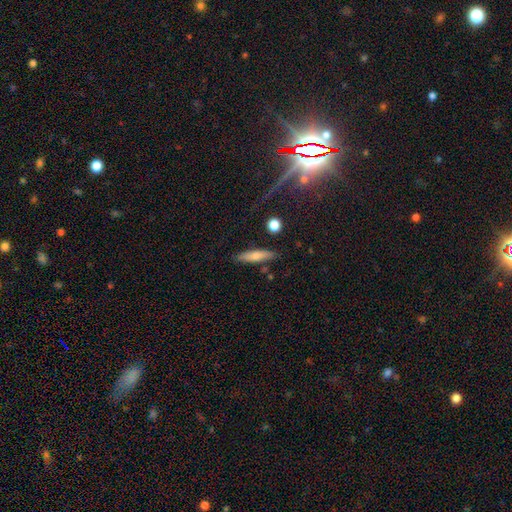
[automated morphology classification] smooth_or_featured: smooth (p=0.72) [alt: featured or disk p=0.22]
how_rounded: cigar-shaped (p=0.79) [alt: in between p=0.19]
merging: none (p=0.83) [alt: minor disturbance p=0.11]